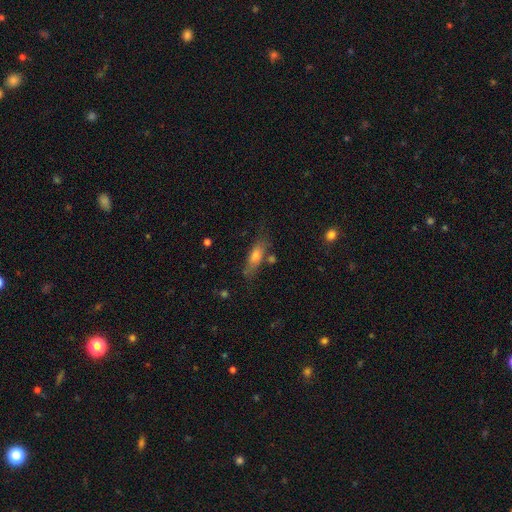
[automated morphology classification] Overall: smooth (65%; featured or disk 27%). How rounded: in between (52%; cigar-shaped 44%). Merging: none (67%).